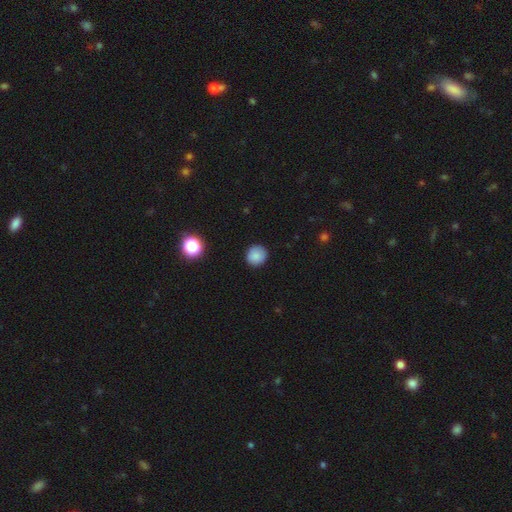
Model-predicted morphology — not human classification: A smooth galaxy with no disk features (86%) that is round (91%). Merging: none (90%).